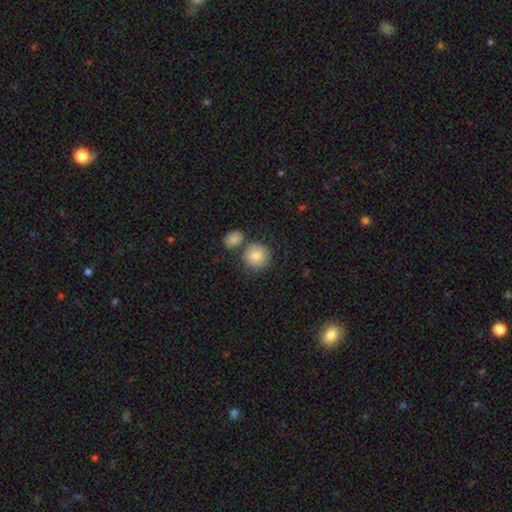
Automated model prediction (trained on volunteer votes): Smooth or featured: smooth — 85% (star or artifact — 8%)
How rounded: round — 90% (in between — 9%)
Merging: none — 67% (merger — 20%)